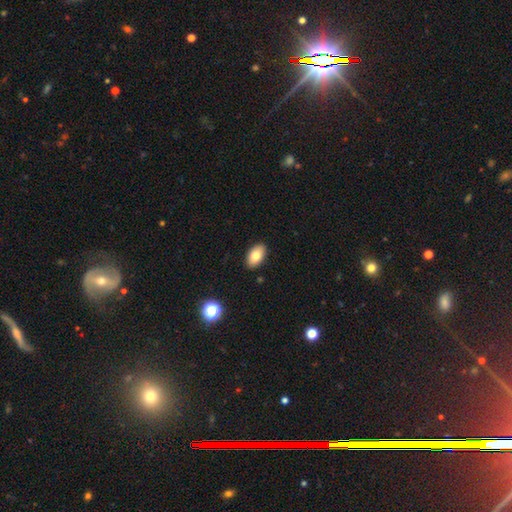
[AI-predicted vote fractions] The model was most divided on "smooth or featured": smooth: 78%, featured or disk: 14%, star or artifact: 8%. More confident: how rounded — in between (93%); merging — none (90%).